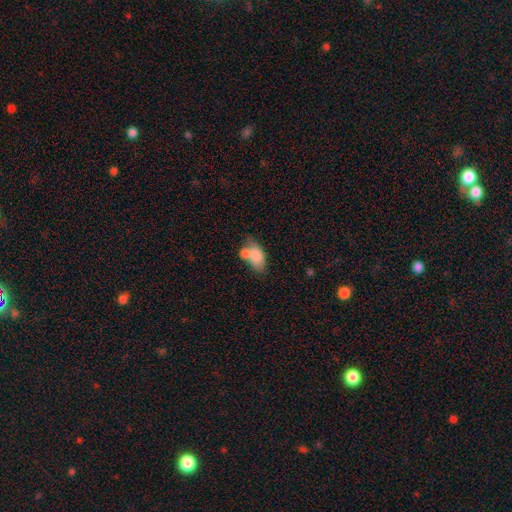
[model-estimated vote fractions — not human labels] Smooth or featured?
  - smooth: 78% *
  - featured or disk: 14%
  - star or artifact: 7%
How rounded?
  - in between: 88% *
  - round: 8%
  - cigar-shaped: 3%
Merging?
  - merger: 47% *
  - none: 31%
  - minor disturbance: 15%
  - major disturbance: 8%